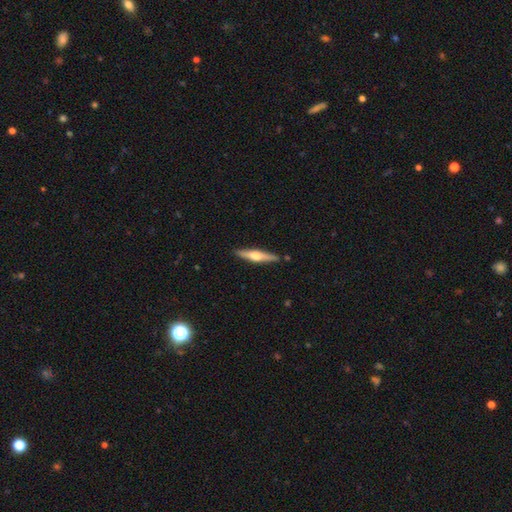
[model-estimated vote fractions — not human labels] A featured or disk galaxy (60%) viewed edge-on (96%) with a rounded central bulge (91%). Merging: none (88%).